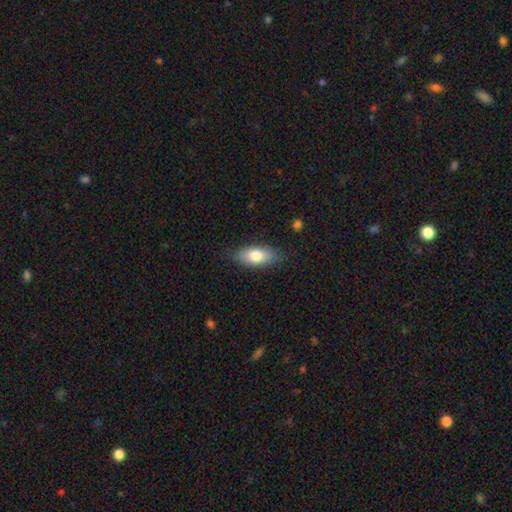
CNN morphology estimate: Smooth or featured?
  - smooth: 77% *
  - featured or disk: 17%
  - star or artifact: 7%
How rounded?
  - in between: 85% *
  - cigar-shaped: 12%
  - round: 4%
Merging?
  - none: 82% *
  - minor disturbance: 14%
  - major disturbance: 3%
  - merger: 1%